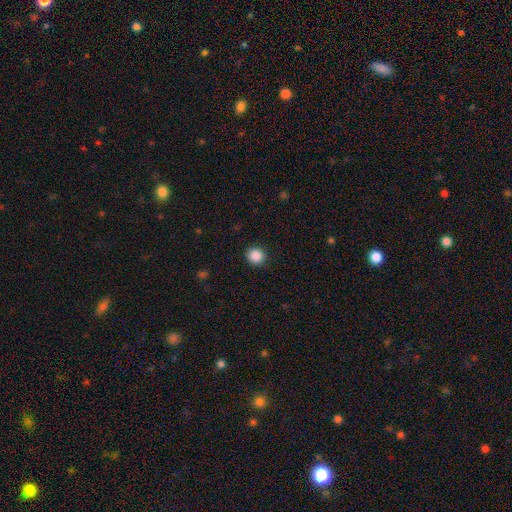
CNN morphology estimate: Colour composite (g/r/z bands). It shows a smooth galaxy with no disk features (88%) that is round (90%). Merging: none (91%).